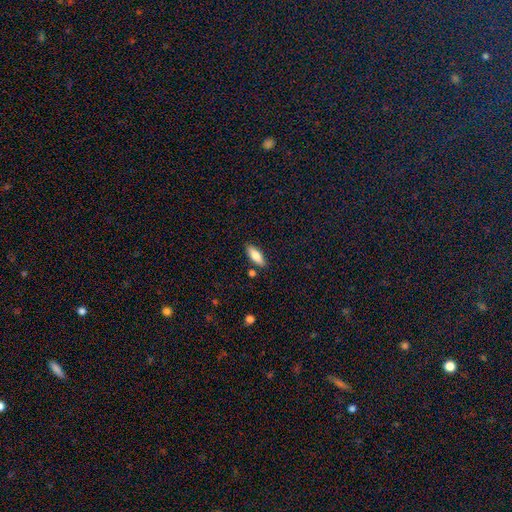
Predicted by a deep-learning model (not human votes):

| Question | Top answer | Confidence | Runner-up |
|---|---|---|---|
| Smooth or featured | smooth | 80% | featured or disk (13%) |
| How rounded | in between | 70% | cigar-shaped (28%) |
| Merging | none | 85% | minor disturbance (10%) |